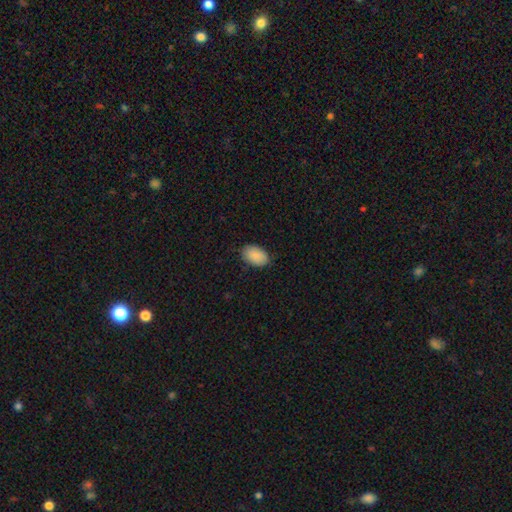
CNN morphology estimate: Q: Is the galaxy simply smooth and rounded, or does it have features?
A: smooth — 88%.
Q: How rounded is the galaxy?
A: in between — 89%.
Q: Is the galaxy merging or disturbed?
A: none — 84%.